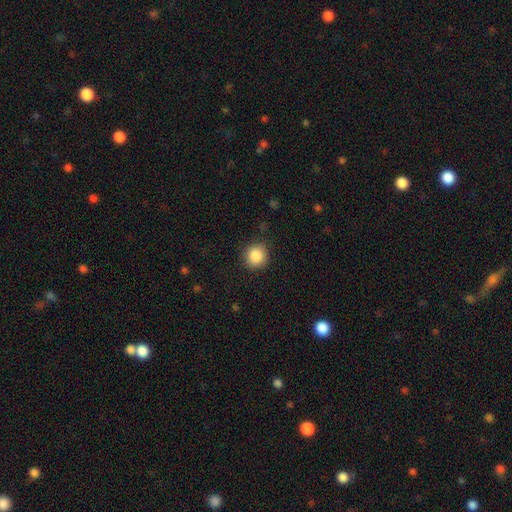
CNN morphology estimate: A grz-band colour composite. It shows a smooth galaxy with no disk features (87%) that is round (91%). Merging: none (88%).